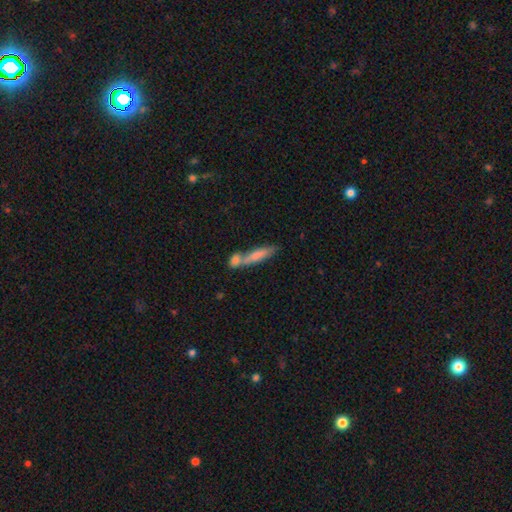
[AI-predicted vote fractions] This appears to be a smooth galaxy with no disk features (67%) that is cigar-shaped (80%). Merging: merger (47%).